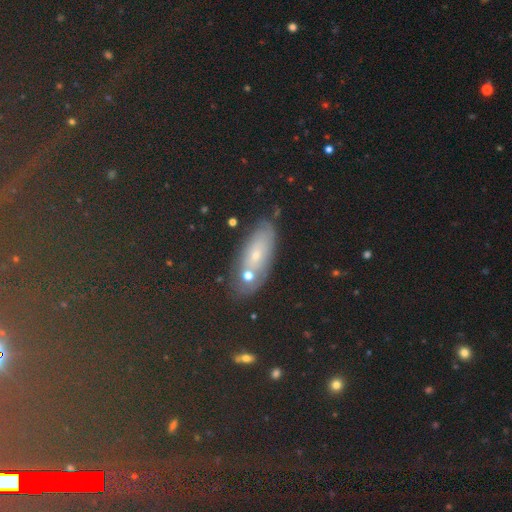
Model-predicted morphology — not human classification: Smooth or featured: star or artifact — 47% (smooth — 38%)